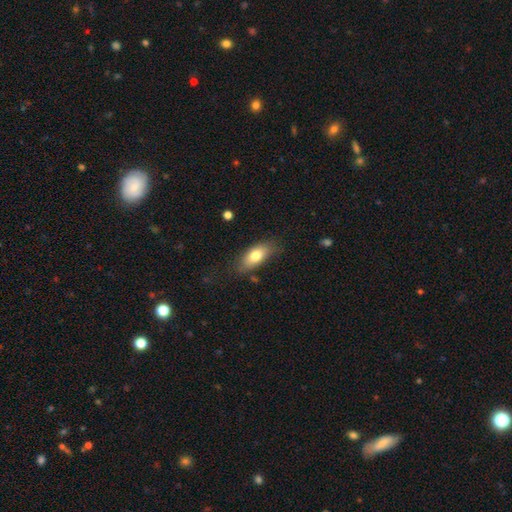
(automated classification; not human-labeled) Smooth or featured? Predicted: smooth (p=0.76). How rounded? Predicted: in between (p=0.83). Merging? Predicted: none (p=0.75).